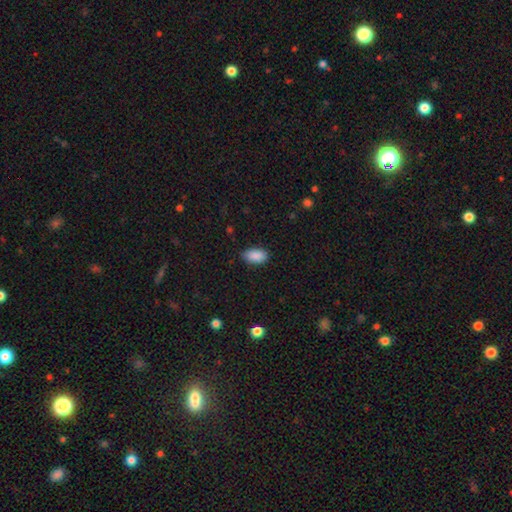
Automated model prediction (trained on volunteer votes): smooth 89%, star or artifact 7%, featured or disk 3%. Down the decision tree: how rounded — in between (94%); merging — none (81%).